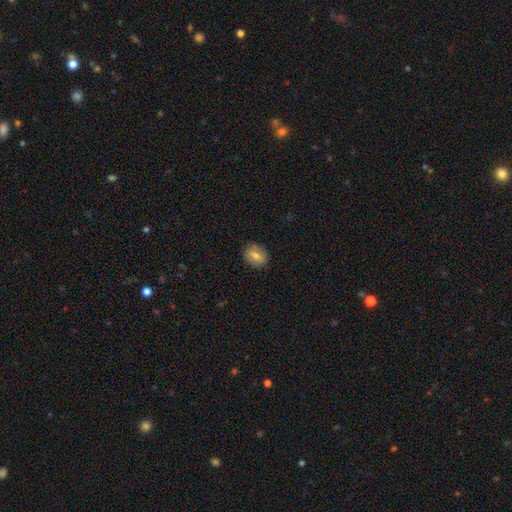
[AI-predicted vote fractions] Smooth or featured?
  - smooth: 66% *
  - featured or disk: 24%
  - star or artifact: 9%
How rounded?
  - round: 60% *
  - in between: 39%
  - cigar-shaped: 1%
Merging?
  - none: 88% *
  - minor disturbance: 9%
  - major disturbance: 2%
  - merger: 1%